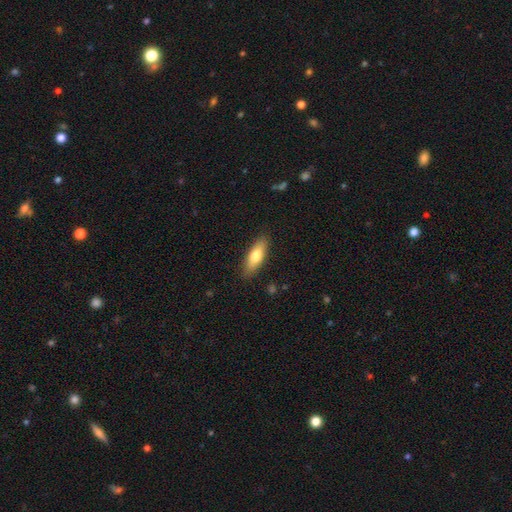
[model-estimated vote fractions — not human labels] Smooth or featured: smooth — 73% (featured or disk — 21%)
How rounded: in between — 59% (cigar-shaped — 39%)
Merging: none — 86% (minor disturbance — 10%)